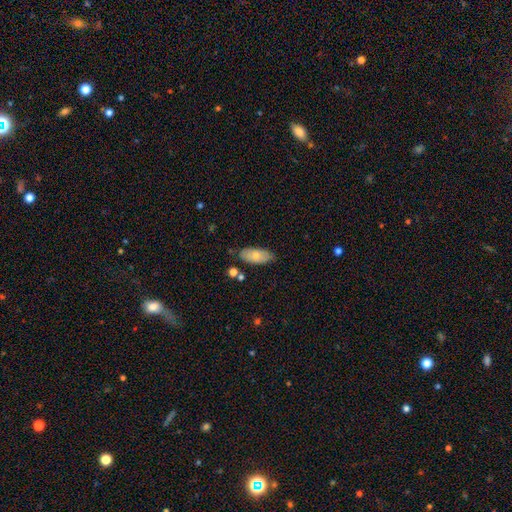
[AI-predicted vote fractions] The model was most divided on "smooth or featured": smooth: 71%, featured or disk: 23%, star or artifact: 6%. More confident: how rounded — in between (90%); merging — none (75%).